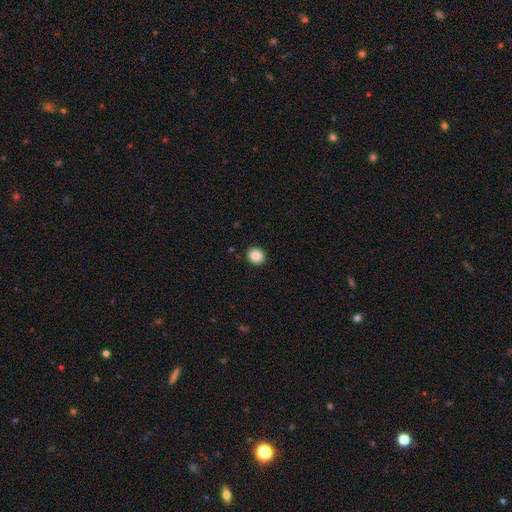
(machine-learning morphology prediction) Smooth or featured? Predicted: smooth (p=0.88). How rounded? Predicted: round (p=0.79). Merging? Predicted: none (p=0.91).